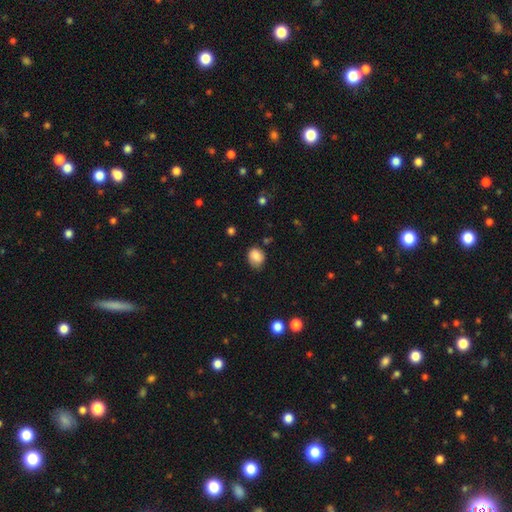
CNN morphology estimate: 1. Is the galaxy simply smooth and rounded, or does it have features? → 84% smooth, 9% star or artifact, 7% featured or disk.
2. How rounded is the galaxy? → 54% round, 45% in between, 1% cigar-shaped.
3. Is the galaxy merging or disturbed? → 70% none, 24% minor disturbance, 5% major disturbance, 2% merger.